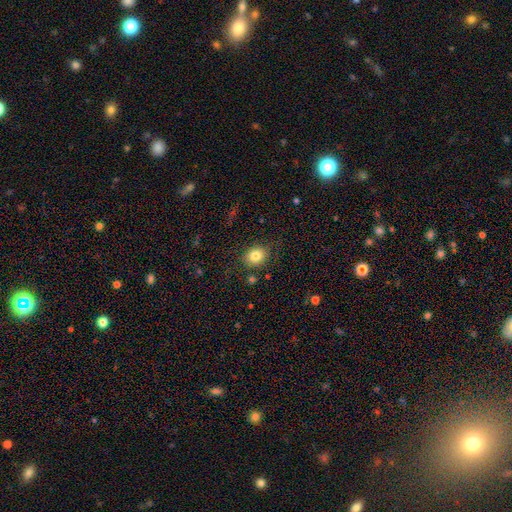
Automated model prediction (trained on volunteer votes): Smooth or featured? Predicted: smooth (p=0.80). How rounded? Predicted: round (p=0.63). Merging? Predicted: none (p=0.81).